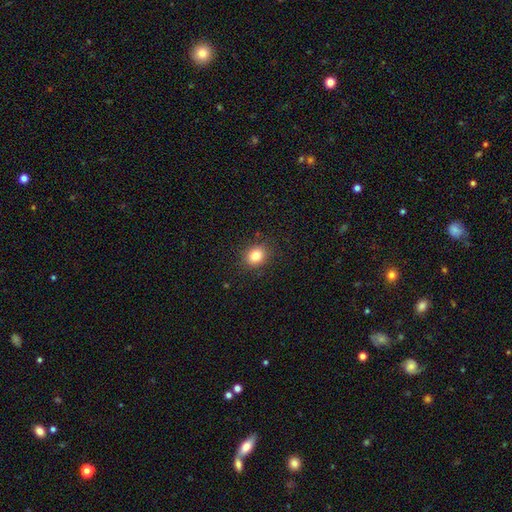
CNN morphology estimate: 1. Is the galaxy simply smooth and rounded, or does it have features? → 83% smooth, 11% star or artifact, 6% featured or disk.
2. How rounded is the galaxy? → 59% round, 40% in between, 1% cigar-shaped.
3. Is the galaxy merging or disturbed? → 88% none, 8% minor disturbance, 2% major disturbance, 1% merger.